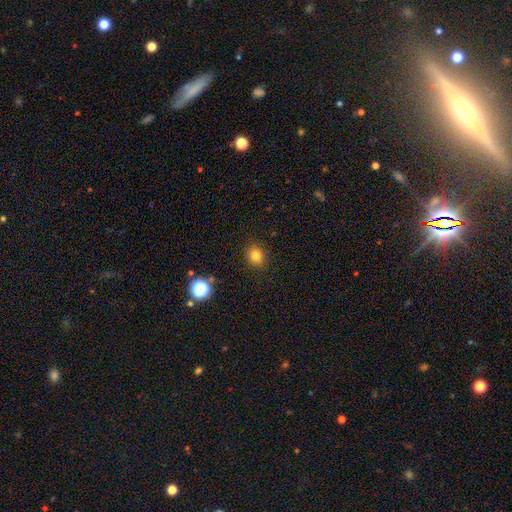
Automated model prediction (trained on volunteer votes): Smooth or featured? smooth (80%)
How rounded? round (75%)
Merging? none (90%)